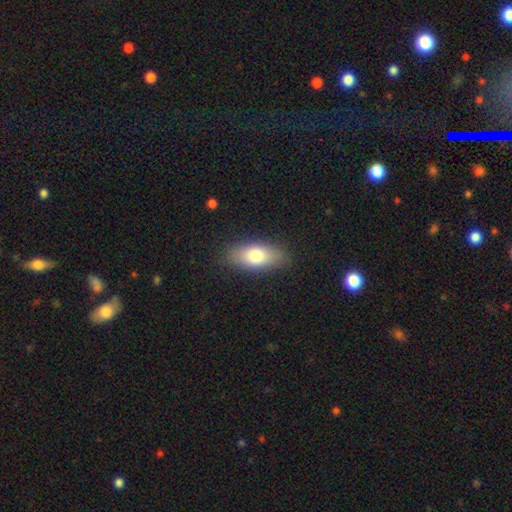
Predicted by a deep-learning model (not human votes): This is likely a smooth galaxy (78%). How rounded: clearly in between (85%). Merging: clearly none (84%).